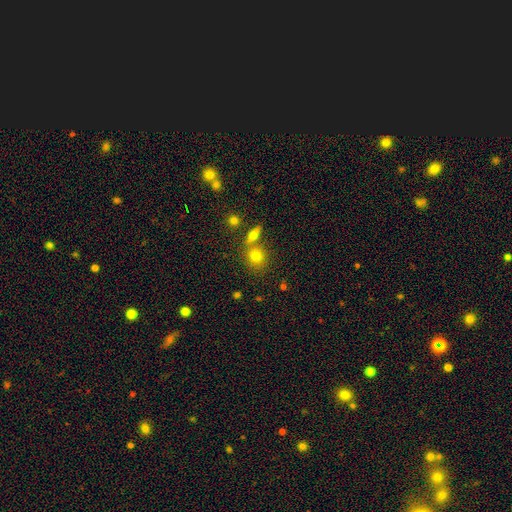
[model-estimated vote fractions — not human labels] Smooth or featured?
  - smooth: 75% *
  - featured or disk: 13%
  - star or artifact: 12%
How rounded?
  - round: 78% *
  - in between: 20%
  - cigar-shaped: 2%
Merging?
  - none: 61% *
  - merger: 26%
  - minor disturbance: 10%
  - major disturbance: 3%